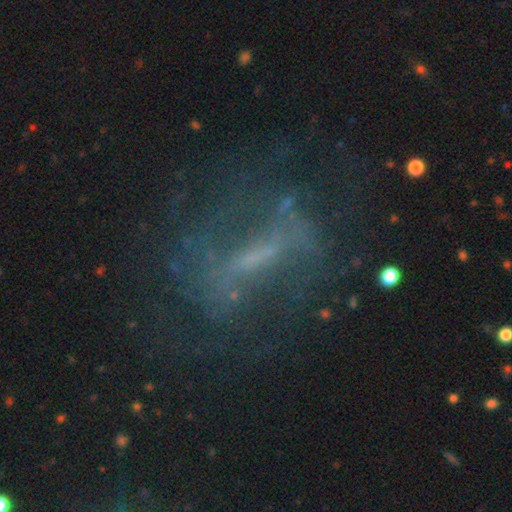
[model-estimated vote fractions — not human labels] This is possibly a featured or disk galaxy (59%). It is likely not viewed edge-on (72%). Merging: possibly none (60%).